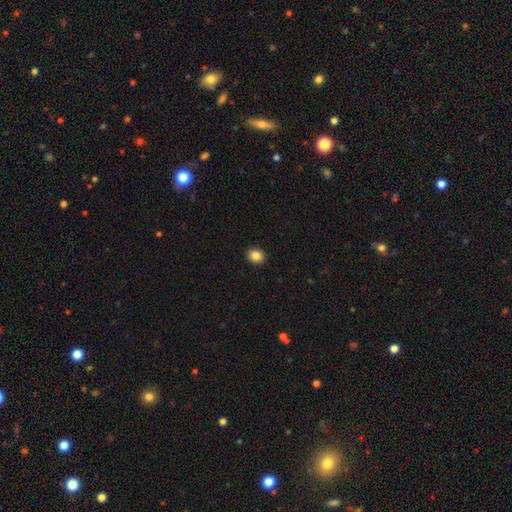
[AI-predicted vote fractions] Smooth or featured? Predicted: smooth (p=0.86). How rounded? Predicted: round (p=0.71). Merging? Predicted: none (p=0.92).